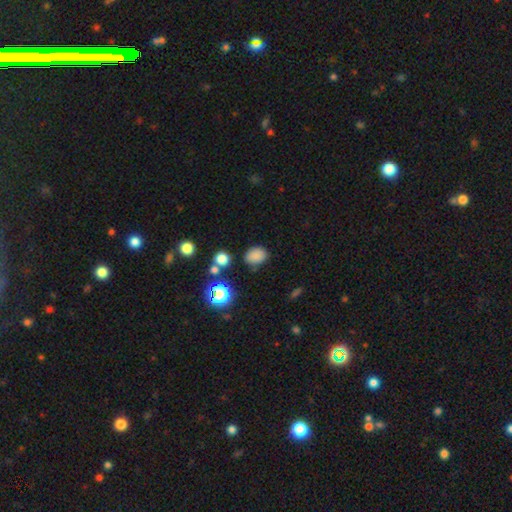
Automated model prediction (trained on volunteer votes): Q: Smooth or featured?
A: smooth (80%); runner-up: star or artifact (15%)
Q: How rounded?
A: in between (63%); runner-up: round (36%)
Q: Merging?
A: none (77%); runner-up: minor disturbance (14%)